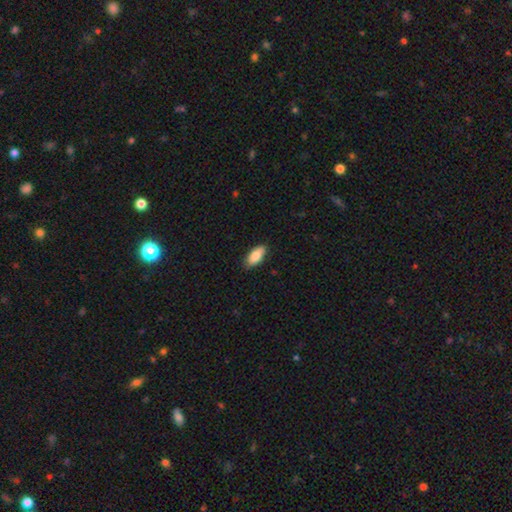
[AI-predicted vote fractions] Overall: smooth (84%). How rounded: in between (89%). Merging: none (82%).